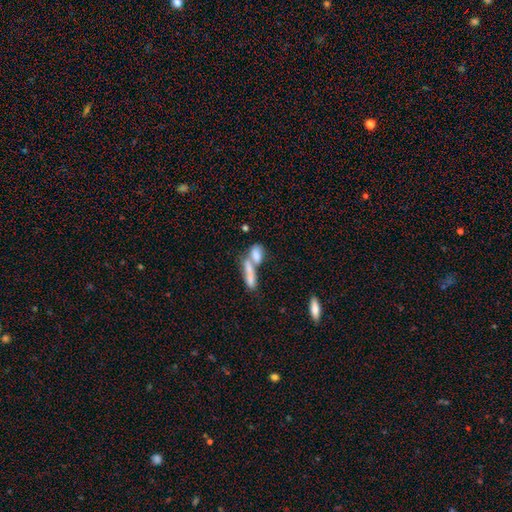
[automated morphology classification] Smooth or featured? Predicted: smooth (p=0.72). How rounded? Predicted: in between (p=0.57). Merging? Predicted: merger (p=0.64).